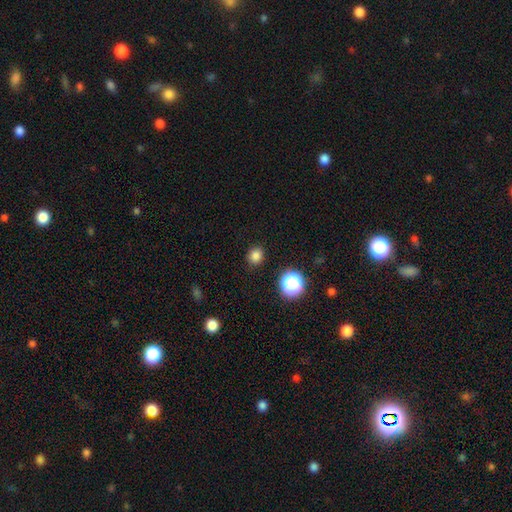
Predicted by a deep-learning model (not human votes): Smooth or featured?
  - smooth: 81% *
  - star or artifact: 15%
  - featured or disk: 4%
How rounded?
  - round: 81% *
  - in between: 18%
  - cigar-shaped: 1%
Merging?
  - none: 90% *
  - minor disturbance: 7%
  - major disturbance: 2%
  - merger: 1%